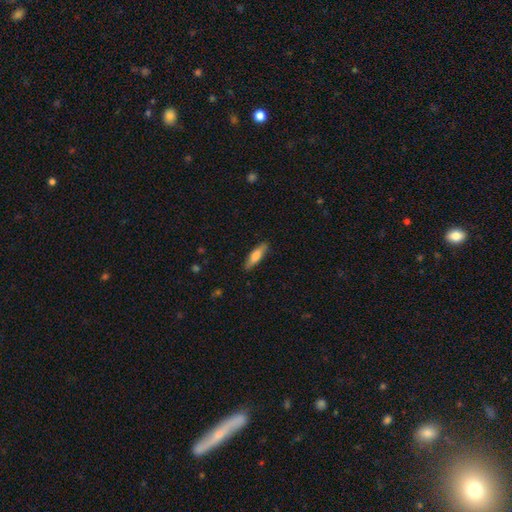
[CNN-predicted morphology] A smooth galaxy with no disk features (69%) that is cigar-shaped (67%). Merging: none (86%).